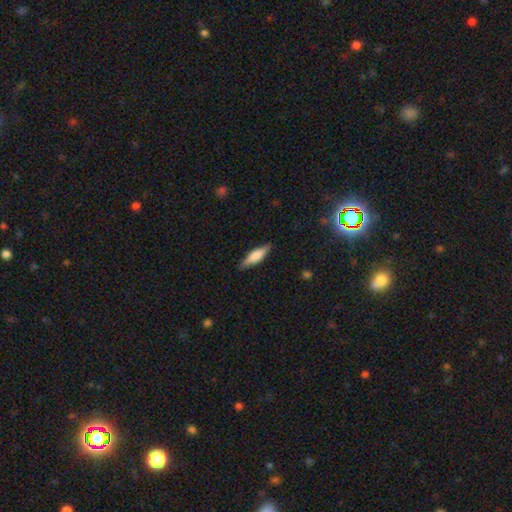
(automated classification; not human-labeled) Smooth or featured? smooth (67%)
How rounded? cigar-shaped (63%)
Merging? none (87%)